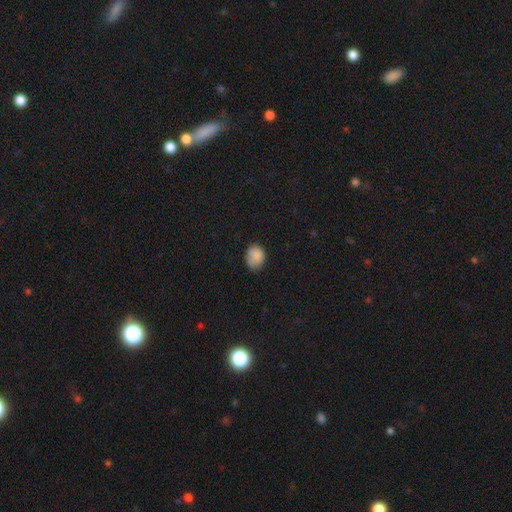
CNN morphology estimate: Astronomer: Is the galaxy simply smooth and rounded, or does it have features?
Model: smooth — 86%.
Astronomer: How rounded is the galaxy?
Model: in between — 52% (runner-up: round, 47%).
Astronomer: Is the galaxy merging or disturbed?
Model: none — 68%.